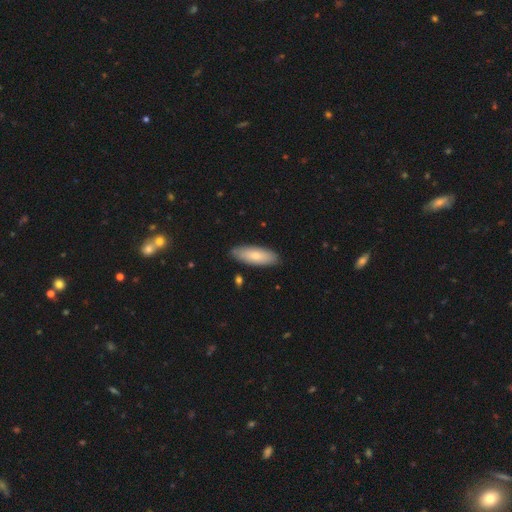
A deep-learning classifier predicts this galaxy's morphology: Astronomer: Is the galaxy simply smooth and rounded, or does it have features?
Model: smooth — 75%.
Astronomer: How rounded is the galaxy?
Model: in between — 67%.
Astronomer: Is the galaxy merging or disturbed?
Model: none — 87%.